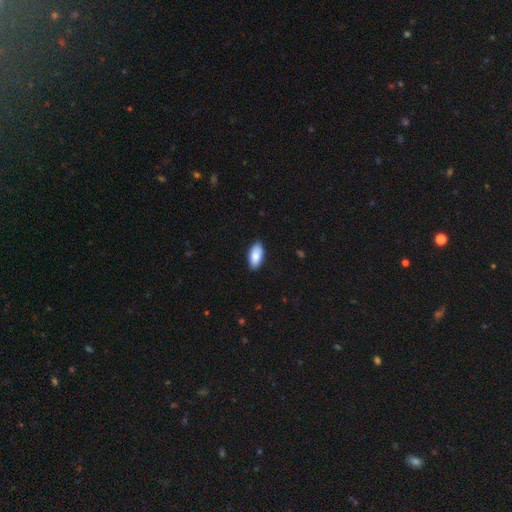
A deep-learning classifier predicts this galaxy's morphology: A smooth galaxy with no disk features (85%) that is in between round and cigar-shaped (92%). Merging: none (87%).